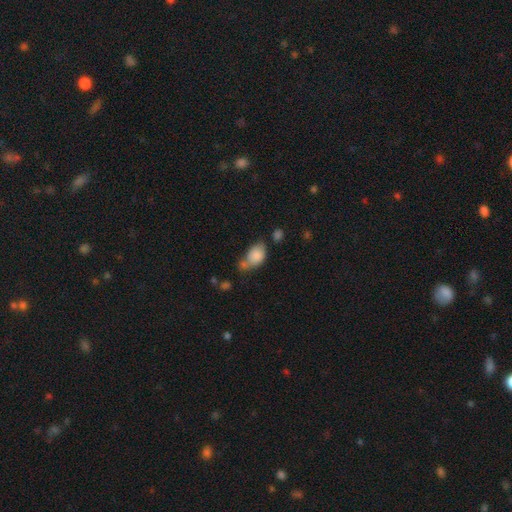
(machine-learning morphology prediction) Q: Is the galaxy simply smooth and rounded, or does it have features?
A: smooth — 83%.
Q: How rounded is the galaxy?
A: in between — 84%.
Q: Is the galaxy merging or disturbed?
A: none — 35%.